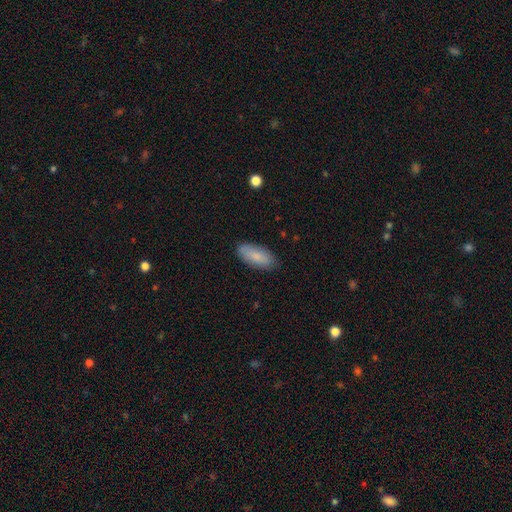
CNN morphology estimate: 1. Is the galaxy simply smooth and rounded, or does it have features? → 83% smooth, 11% featured or disk, 6% star or artifact.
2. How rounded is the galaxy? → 82% in between, 16% cigar-shaped, 2% round.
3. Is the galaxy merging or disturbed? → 85% none, 12% minor disturbance, 2% major disturbance, 1% merger.